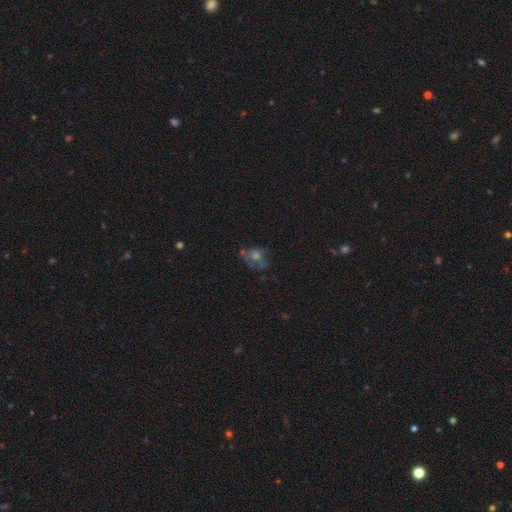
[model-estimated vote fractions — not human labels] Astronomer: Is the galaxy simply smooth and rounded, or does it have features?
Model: smooth — 40% (runner-up: featured or disk, 36%).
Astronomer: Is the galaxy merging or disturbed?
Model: none — 47% (runner-up: minor disturbance, 22%).